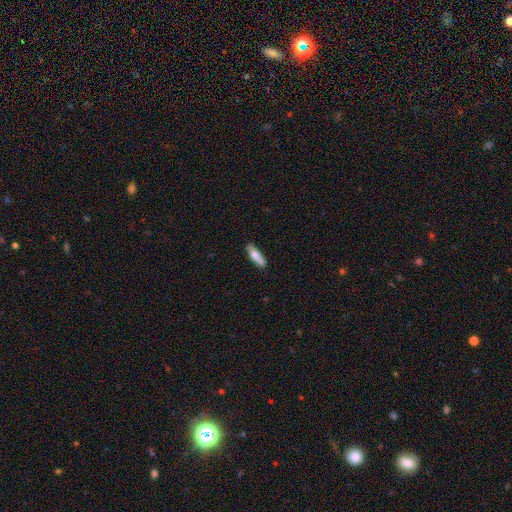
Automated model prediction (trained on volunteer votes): The model was most divided on "how rounded": cigar-shaped: 62%, in between: 36%, round: 2%. More confident: merging — none (82%); smooth or featured — smooth (70%).